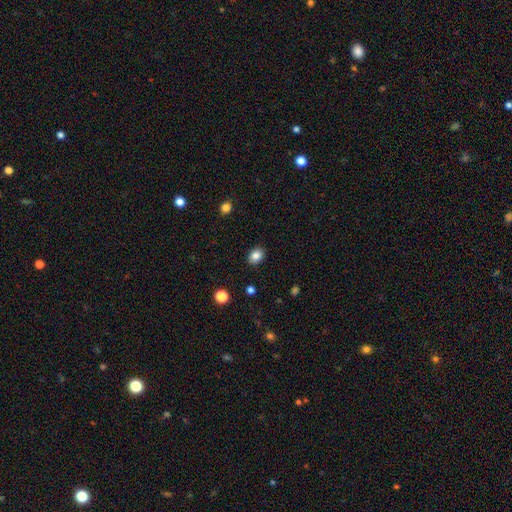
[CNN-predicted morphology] Smooth or featured? Predicted: smooth (p=0.85). How rounded? Predicted: in between (p=0.63). Merging? Predicted: none (p=0.88).